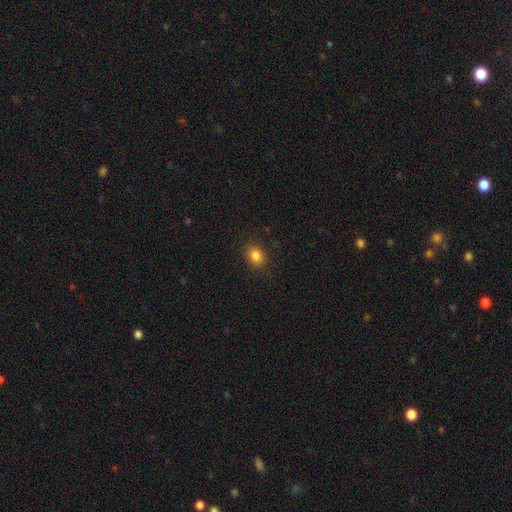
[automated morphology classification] Q: Smooth or featured?
A: smooth (85%); runner-up: star or artifact (11%)
Q: How rounded?
A: round (50%); runner-up: in between (49%)
Q: Merging?
A: none (87%); runner-up: minor disturbance (9%)